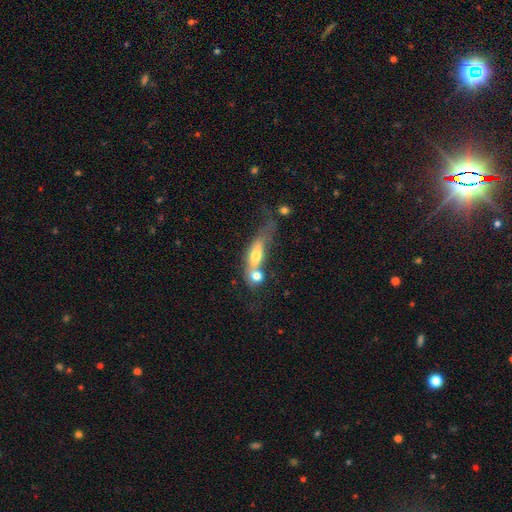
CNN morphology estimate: Overall: smooth (59%; featured or disk 32%). How rounded: in between (53%; cigar-shaped 35%). Merging: merger (59%).